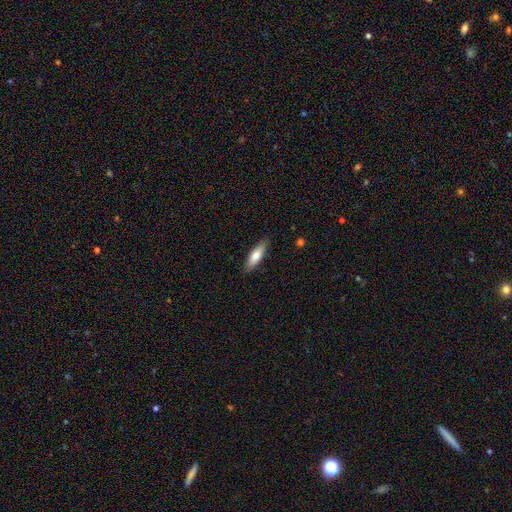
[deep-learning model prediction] Overall: smooth (74%). How rounded: cigar-shaped (61%; in between 38%). Merging: none (87%).